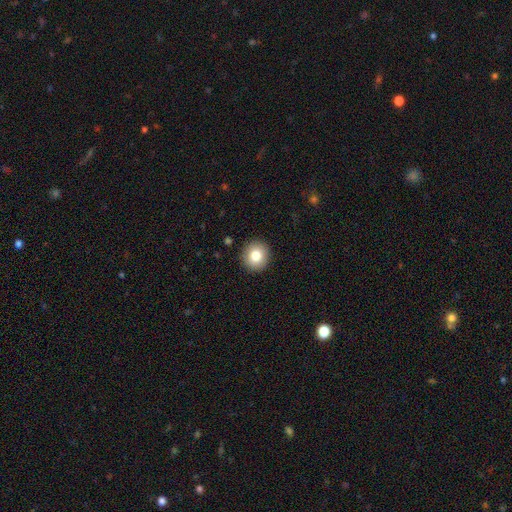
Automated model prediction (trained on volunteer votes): smooth 81%, featured or disk 10%, star or artifact 10%. Down the decision tree: how rounded — round (90%); merging — none (92%).